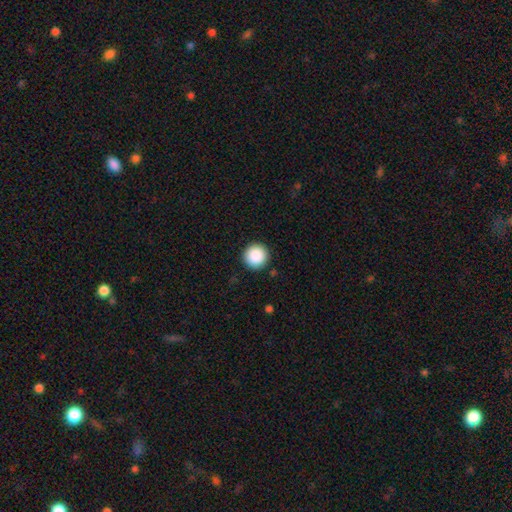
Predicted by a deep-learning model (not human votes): This appears to be a smooth galaxy with no disk features (89%) that is round (97%). Merging: none (92%).